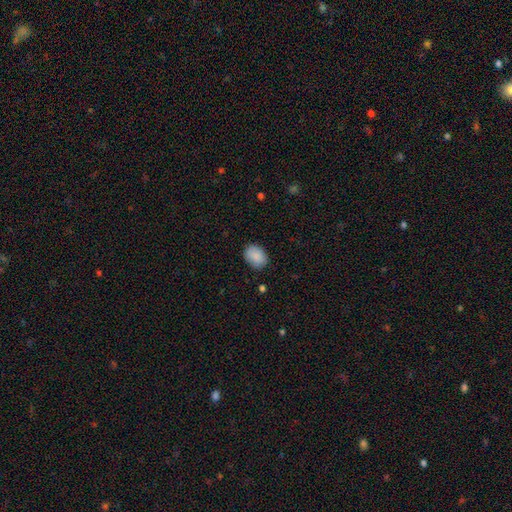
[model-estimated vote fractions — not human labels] A smooth galaxy with no disk features (88%) that is in between round and cigar-shaped (65%).

Vote fractions:
- Smooth or featured? smooth: 88% / star or artifact: 7% / featured or disk: 5%
- How rounded? in between: 65% / round: 34% / cigar-shaped: 1%
- Merging? none: 83% / minor disturbance: 13% / major disturbance: 3% / merger: 1%